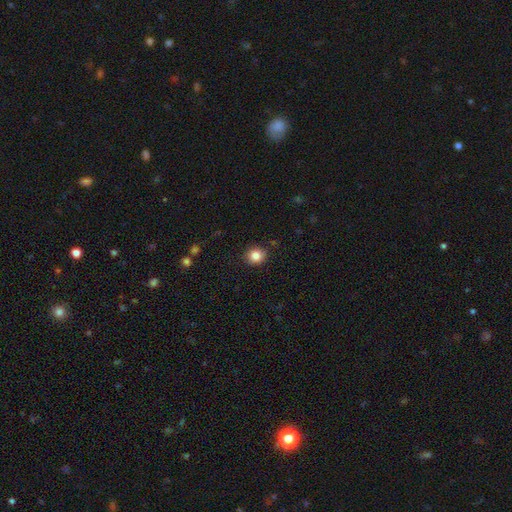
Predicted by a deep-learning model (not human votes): Overall: smooth (84%). How rounded: round (82%). Merging: none (89%).